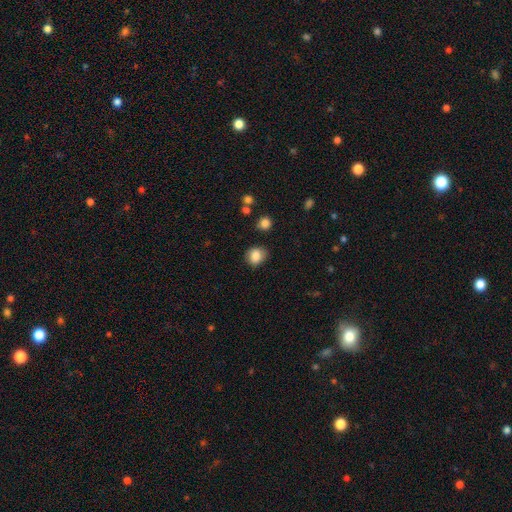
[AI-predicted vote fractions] A smooth galaxy with no disk features (85%) that is round (64%). Merging: none (76%).